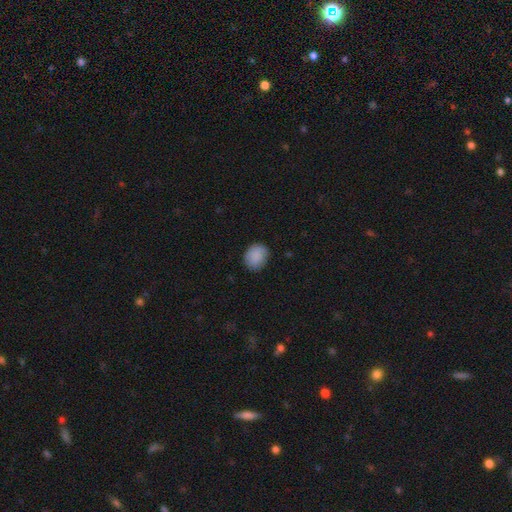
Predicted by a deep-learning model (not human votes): Smooth or featured?
  - smooth: 88% *
  - star or artifact: 7%
  - featured or disk: 5%
How rounded?
  - round: 57% *
  - in between: 42%
  - cigar-shaped: 1%
Merging?
  - none: 80% *
  - minor disturbance: 16%
  - major disturbance: 3%
  - merger: 1%